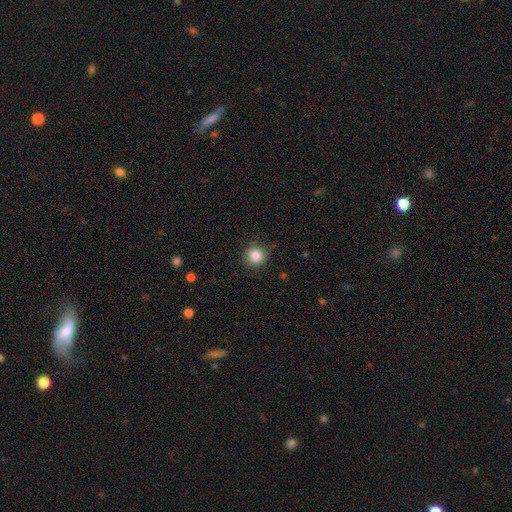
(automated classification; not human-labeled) Smooth or featured: smooth — 85% (star or artifact — 10%)
How rounded: round — 93% (in between — 6%)
Merging: none — 88% (minor disturbance — 9%)